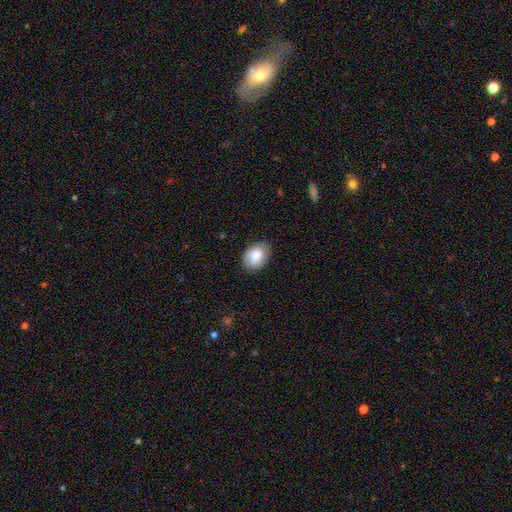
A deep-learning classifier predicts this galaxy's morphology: Overall: smooth (77%). How rounded: in between (82%). Merging: none (80%).